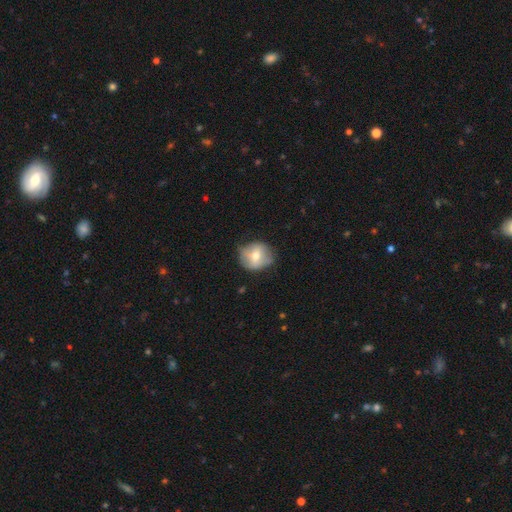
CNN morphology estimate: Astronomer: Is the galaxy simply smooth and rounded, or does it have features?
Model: smooth — 58% (runner-up: featured or disk, 34%).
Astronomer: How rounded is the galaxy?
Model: round — 80%.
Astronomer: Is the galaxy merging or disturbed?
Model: none — 70%.